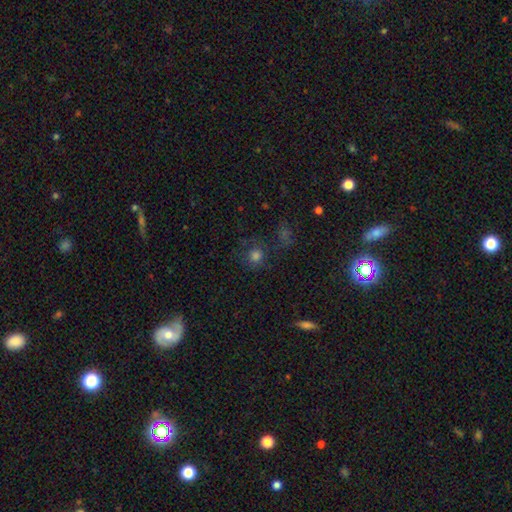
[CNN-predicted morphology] Smooth or featured? Predicted: smooth (p=0.68). How rounded? Predicted: round (p=0.88). Merging? Predicted: none (p=0.73).